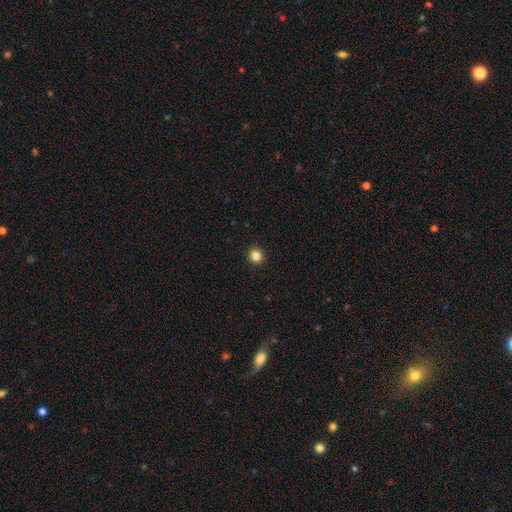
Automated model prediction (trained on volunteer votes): A smooth galaxy with no disk features (86%) that is round (92%). Merging: none (93%).